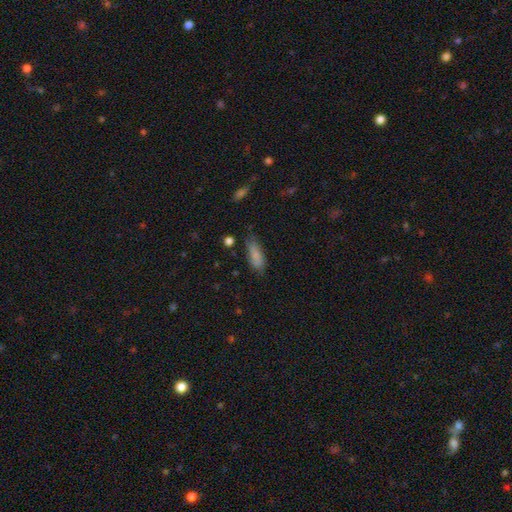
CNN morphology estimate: Smooth or featured? smooth (77%)
How rounded? in between (74%)
Merging? none (66%)